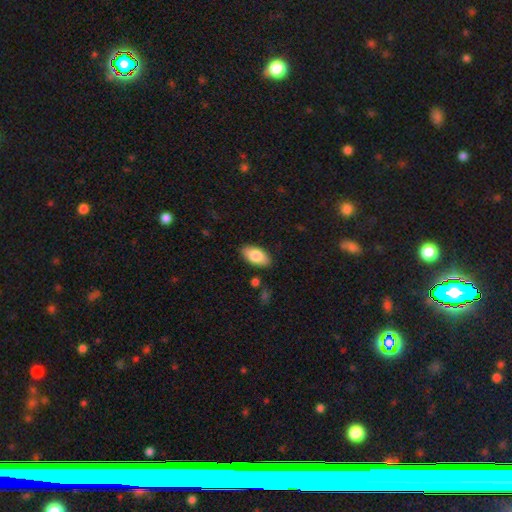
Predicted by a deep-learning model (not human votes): smooth-or-featured: smooth: 81% | featured or disk: 13% | star or artifact: 6%
  how-rounded: in between: 93% | cigar-shaped: 4% | round: 3%
  merging: none: 87% | minor disturbance: 9% | major disturbance: 2% | merger: 2%